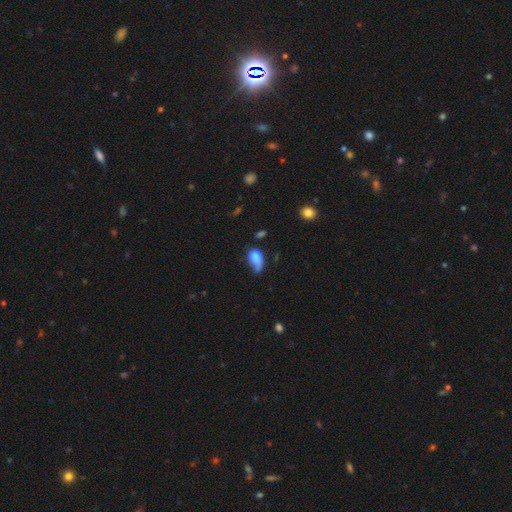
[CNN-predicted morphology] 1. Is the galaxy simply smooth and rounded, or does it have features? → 71% smooth, 20% featured or disk, 9% star or artifact.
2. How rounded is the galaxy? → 82% in between, 15% round, 3% cigar-shaped.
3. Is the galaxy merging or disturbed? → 31% minor disturbance, 30% major disturbance, 29% none, 9% merger.